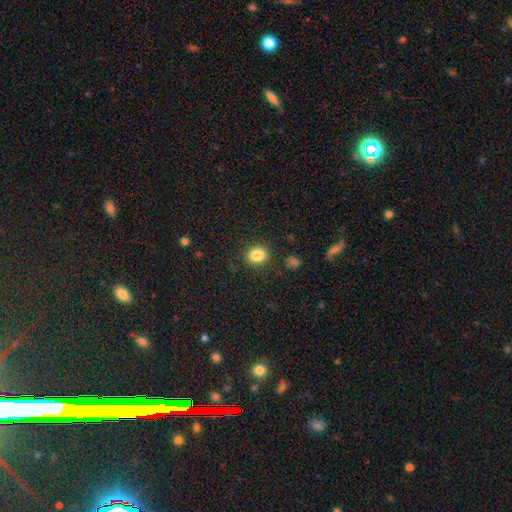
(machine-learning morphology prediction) This appears to be a smooth galaxy with no disk features (85%) that is round (59%). Merging: none (87%).